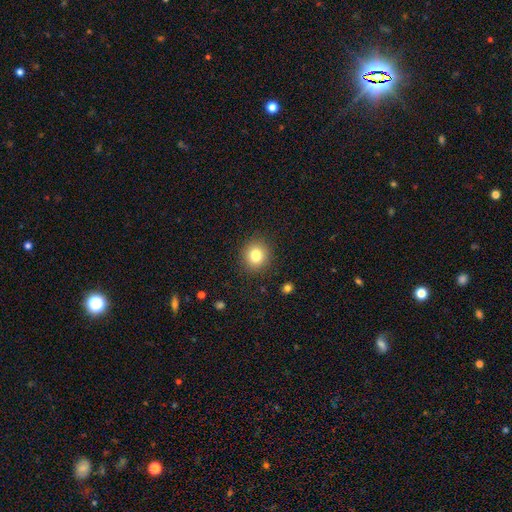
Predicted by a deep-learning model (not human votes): The model was most divided on "smooth or featured": smooth: 80%, star or artifact: 12%, featured or disk: 8%. More confident: merging — none (90%); how rounded — round (87%).